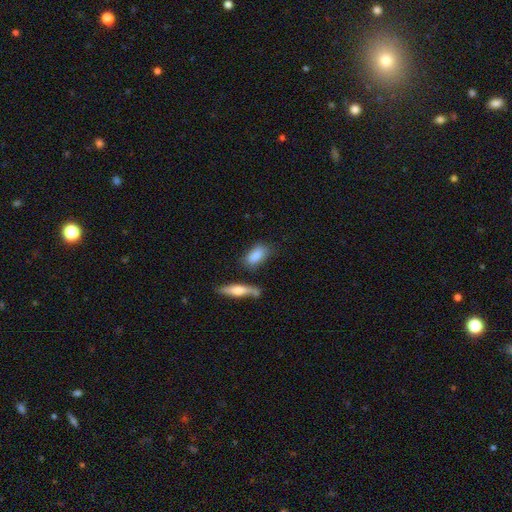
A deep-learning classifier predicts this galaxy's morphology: A smooth galaxy with no disk features (83%) that is in between round and cigar-shaped (85%).

Vote fractions:
- Smooth or featured? smooth: 83% / featured or disk: 10% / star or artifact: 7%
- How rounded? in between: 85% / cigar-shaped: 9% / round: 6%
- Merging? none: 65% / minor disturbance: 19% / merger: 11% / major disturbance: 6%